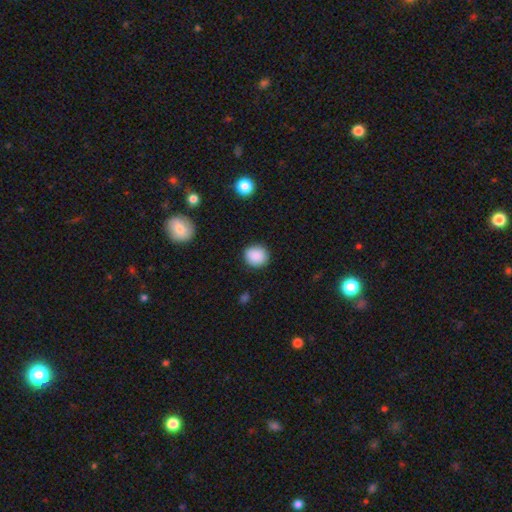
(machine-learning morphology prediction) A smooth galaxy with no disk features (89%) that is round (85%).

Vote fractions:
- Smooth or featured? smooth: 89% / star or artifact: 8% / featured or disk: 3%
- How rounded? round: 85% / in between: 14% / cigar-shaped: 1%
- Merging? none: 89% / minor disturbance: 8% / major disturbance: 2% / merger: 1%